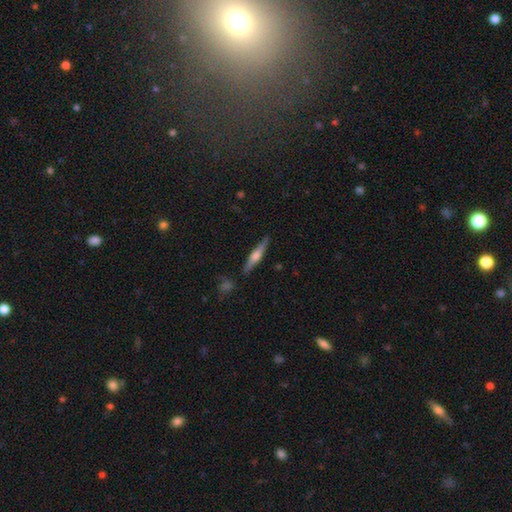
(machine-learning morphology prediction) Q: Smooth or featured?
A: featured or disk (59%); runner-up: smooth (35%)
Q: Edge-on disk?
A: yes (97%); runner-up: no (3%)
Q: Edge-on bulge?
A: rounded (82%); runner-up: boxy (12%)
Q: Merging?
A: none (87%); runner-up: minor disturbance (9%)